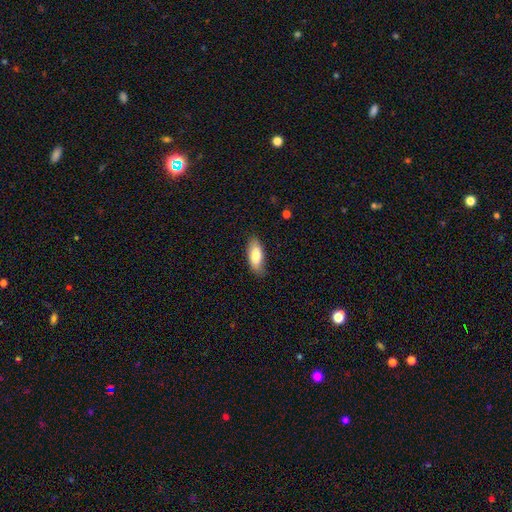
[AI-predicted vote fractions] Morphology: type=smooth (78%); roundness=in between (82%); merging=none (81%).